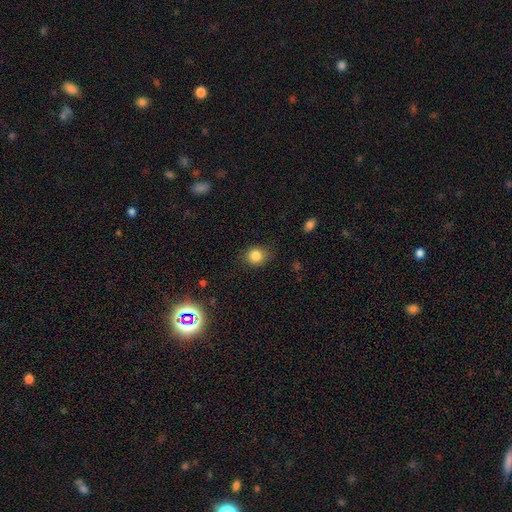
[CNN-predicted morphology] smooth 83%, star or artifact 11%, featured or disk 6%. Down the decision tree: how rounded — round (69%); merging — none (80%).